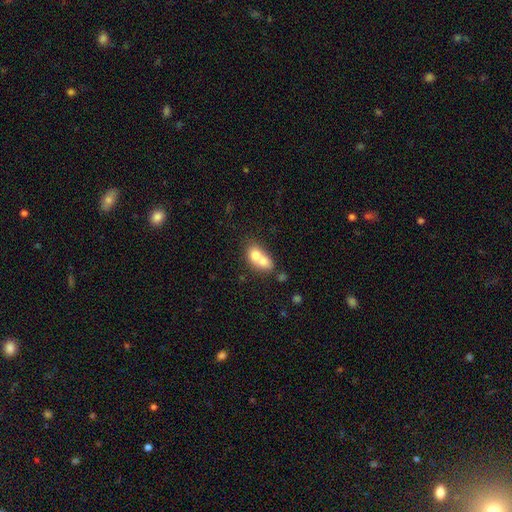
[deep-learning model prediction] The model was most divided on "how rounded": in between: 58%, round: 39%, cigar-shaped: 3%. More confident: merging — merger (73%); smooth or featured — smooth (68%).